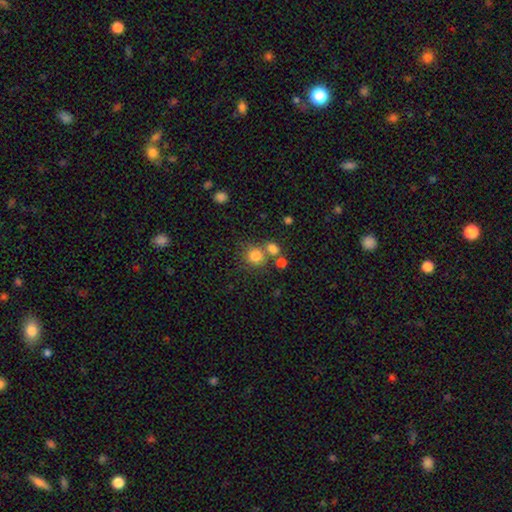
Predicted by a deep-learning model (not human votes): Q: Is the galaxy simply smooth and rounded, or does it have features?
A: smooth — 79%.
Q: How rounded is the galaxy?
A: round — 84%.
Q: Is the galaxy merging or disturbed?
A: none — 58%.